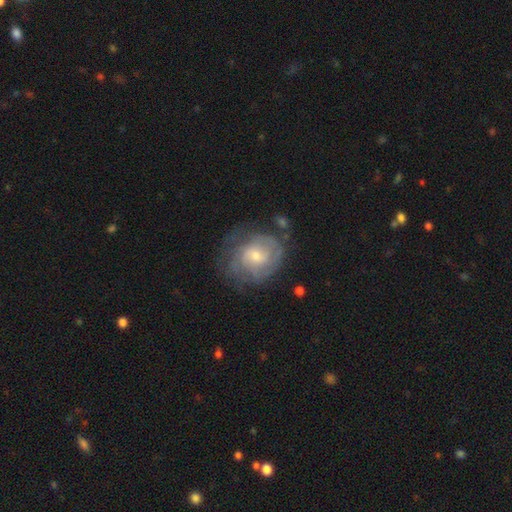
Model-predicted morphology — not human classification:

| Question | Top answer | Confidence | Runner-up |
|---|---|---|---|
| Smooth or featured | featured or disk | 72% | smooth (21%) |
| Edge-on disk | no | 97% | yes (3%) |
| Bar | no | 62% | weak (34%) |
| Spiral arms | yes | 86% | no (14%) |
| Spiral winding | tight | 62% | medium (29%) |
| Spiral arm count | can't tell | 49% | 2 (21%) |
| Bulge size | small | 55% | moderate (39%) |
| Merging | none | 65% | minor disturbance (21%) |